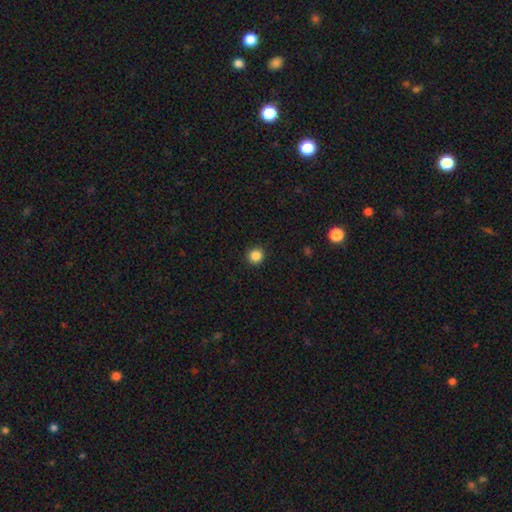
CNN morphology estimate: smooth 86%, star or artifact 11%, featured or disk 3%. Down the decision tree: how rounded — round (94%); merging — none (92%).